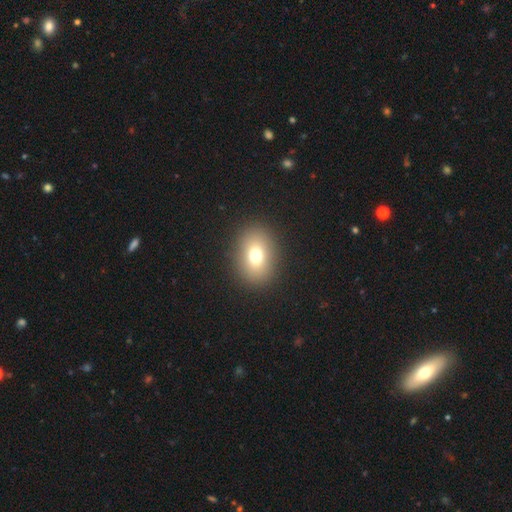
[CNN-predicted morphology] The model was most divided on "how rounded": in between: 60%, round: 39%, cigar-shaped: 1%. More confident: merging — none (89%); smooth or featured — smooth (73%).